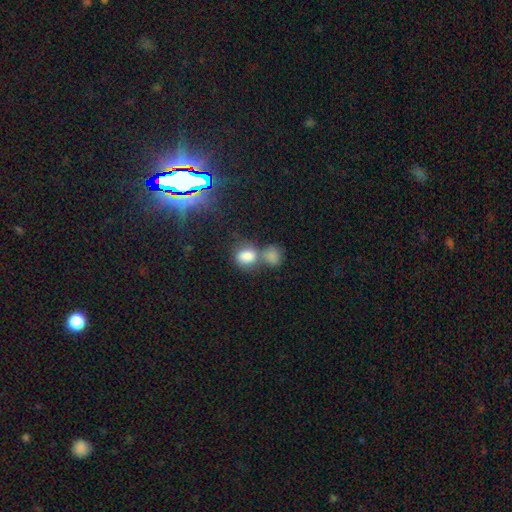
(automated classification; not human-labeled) This is possibly a star or artifact rather than a galaxy (48%).